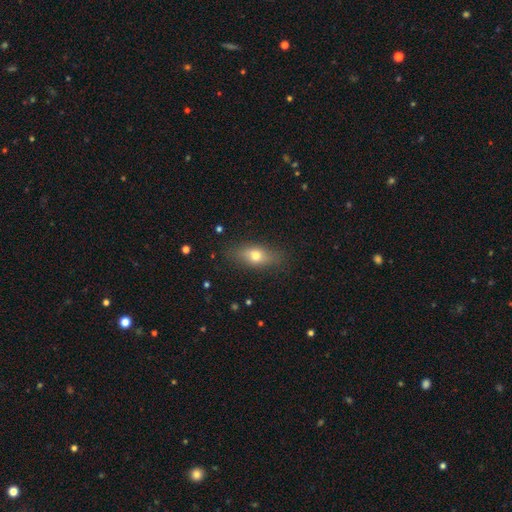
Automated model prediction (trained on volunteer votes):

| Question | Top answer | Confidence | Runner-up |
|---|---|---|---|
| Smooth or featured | smooth | 64% | featured or disk (27%) |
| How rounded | in between | 73% | cigar-shaped (19%) |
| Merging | none | 83% | minor disturbance (12%) |